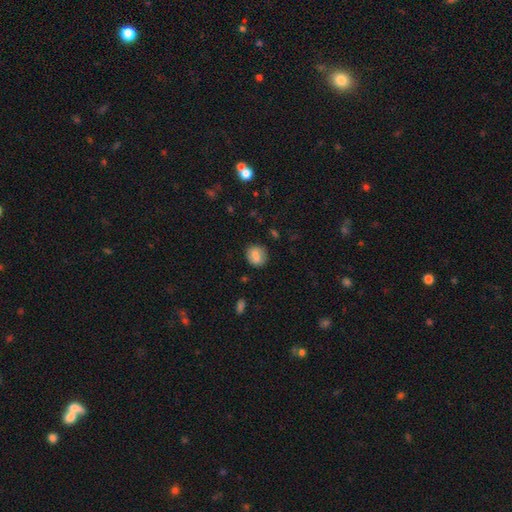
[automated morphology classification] The model was most divided on "how rounded": round: 64%, in between: 35%, cigar-shaped: 1%. More confident: merging — none (82%); smooth or featured — smooth (76%).